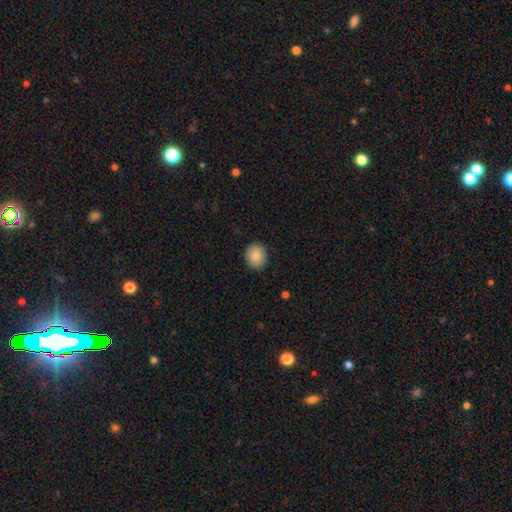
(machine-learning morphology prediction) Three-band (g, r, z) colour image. It shows a smooth galaxy with no disk features (86%) that is round (77%). Merging: none (89%).